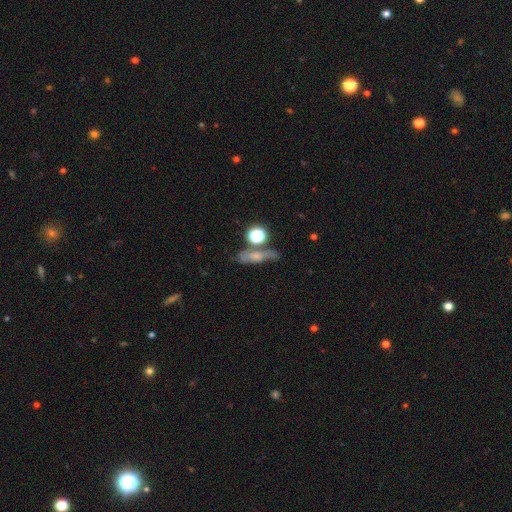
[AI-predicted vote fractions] Q: Smooth or featured?
A: smooth (49%); runner-up: featured or disk (32%)
Q: Merging?
A: none (57%); runner-up: minor disturbance (19%)